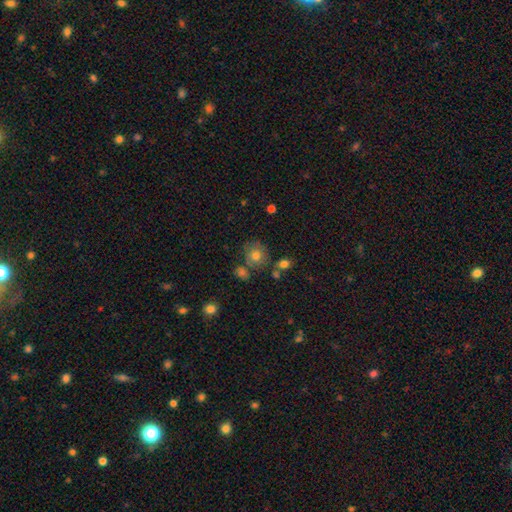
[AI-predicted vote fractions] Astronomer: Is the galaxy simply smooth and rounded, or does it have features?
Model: smooth — 74%.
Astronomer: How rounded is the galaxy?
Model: round — 79%.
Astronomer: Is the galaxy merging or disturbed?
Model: none — 63%.